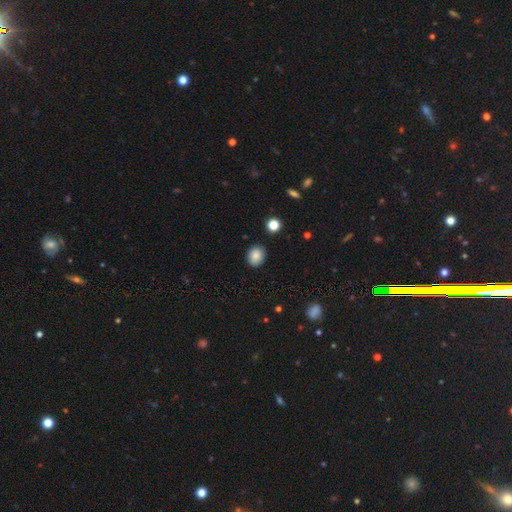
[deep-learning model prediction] The model was most divided on "how rounded": round: 64%, in between: 35%, cigar-shaped: 1%. More confident: merging — none (87%); smooth or featured — smooth (85%).